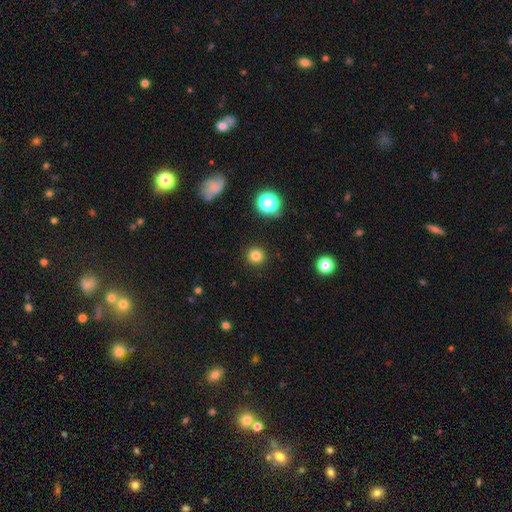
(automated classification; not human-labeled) smooth_or_featured: smooth (p=0.82) [alt: star or artifact p=0.14]
how_rounded: round (p=0.94) [alt: in between p=0.05]
merging: none (p=0.91) [alt: minor disturbance p=0.05]